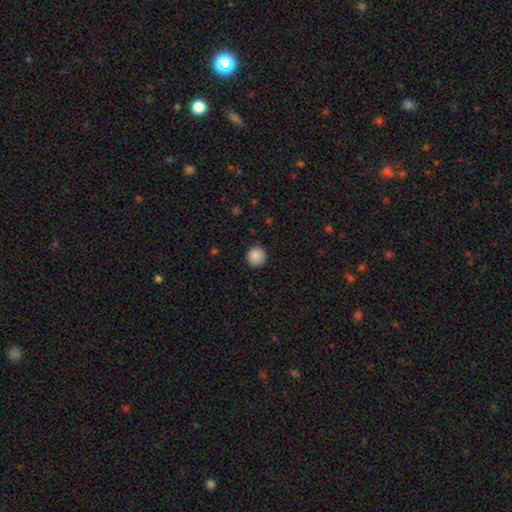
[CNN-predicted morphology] This is clearly a smooth galaxy (87%). How rounded: clearly round (91%). Merging: clearly none (89%).